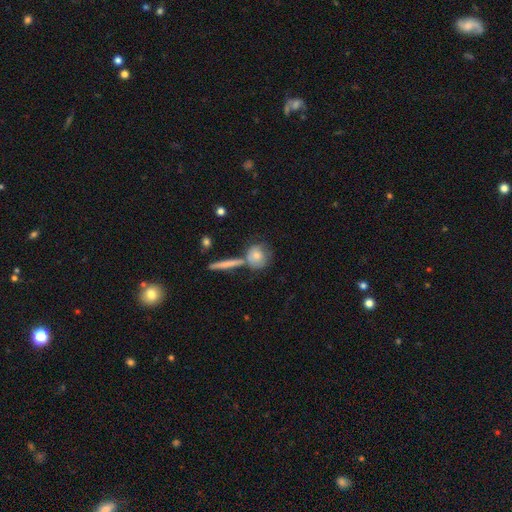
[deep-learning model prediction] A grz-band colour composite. It shows a smooth galaxy with no disk features (60%) that is round (74%). Merging: none (61%).